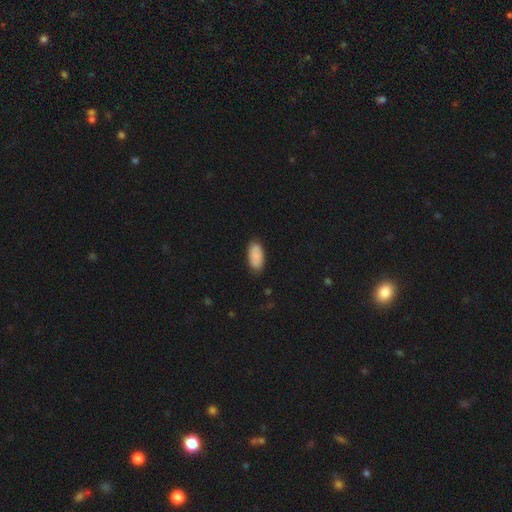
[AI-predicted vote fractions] This appears to be a smooth galaxy with no disk features (85%) that is in between round and cigar-shaped (93%). Merging: none (80%).